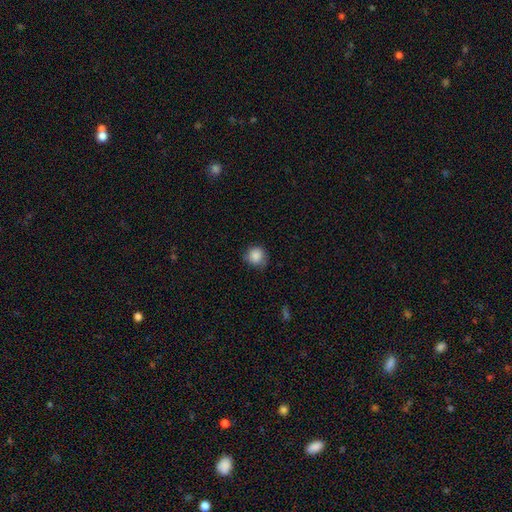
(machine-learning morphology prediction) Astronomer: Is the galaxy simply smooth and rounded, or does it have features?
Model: smooth — 87%.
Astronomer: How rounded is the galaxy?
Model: round — 89%.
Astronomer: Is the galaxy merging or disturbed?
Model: none — 71%.